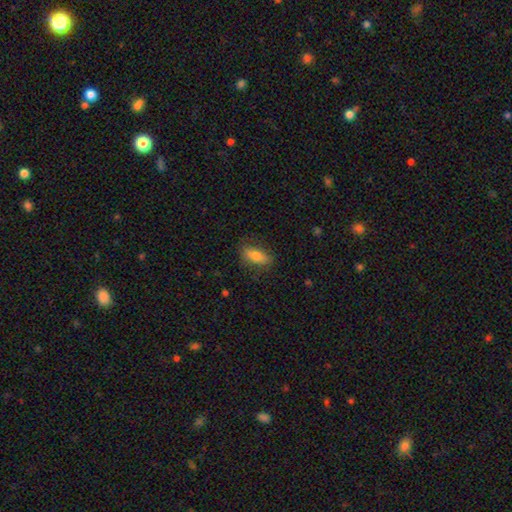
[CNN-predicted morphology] The model was most divided on "smooth or featured": smooth: 75%, featured or disk: 18%, star or artifact: 7%. More confident: how rounded — in between (82%); merging — none (79%).